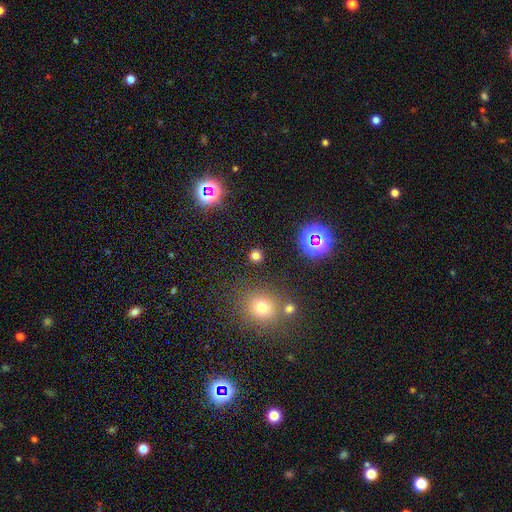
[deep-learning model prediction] Q: Smooth or featured?
A: smooth (71%); runner-up: star or artifact (25%)
Q: How rounded?
A: round (92%); runner-up: in between (7%)
Q: Merging?
A: none (89%); runner-up: minor disturbance (6%)